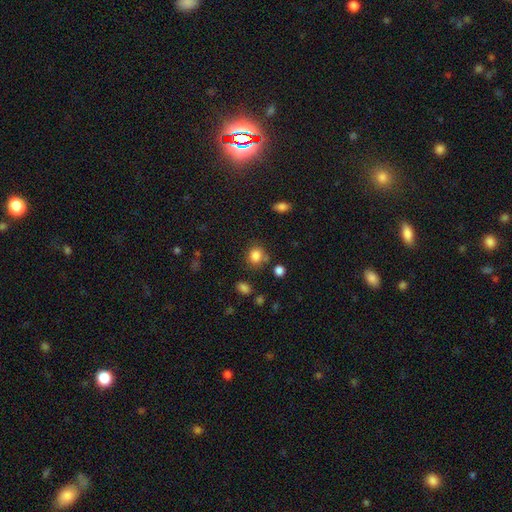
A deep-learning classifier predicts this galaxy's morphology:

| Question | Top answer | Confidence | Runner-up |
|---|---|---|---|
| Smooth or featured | smooth | 83% | star or artifact (11%) |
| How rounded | round | 75% | in between (24%) |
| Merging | none | 71% | minor disturbance (15%) |